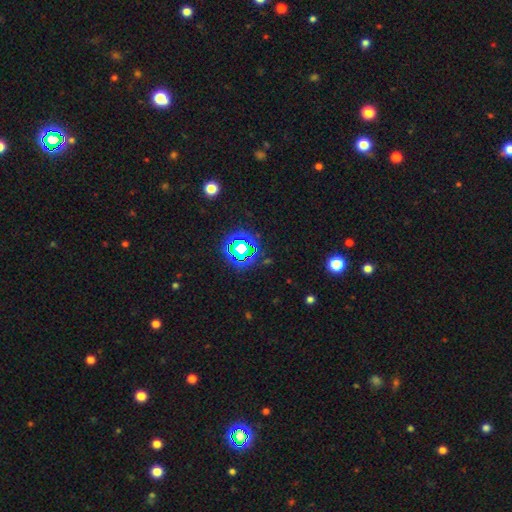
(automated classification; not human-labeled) This appears to be a star or artifact, not a galaxy (78%).